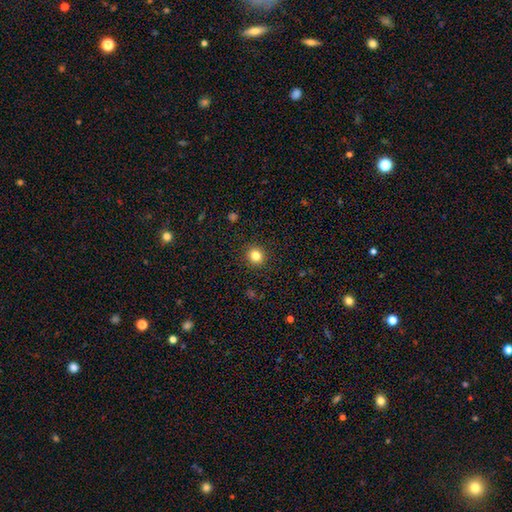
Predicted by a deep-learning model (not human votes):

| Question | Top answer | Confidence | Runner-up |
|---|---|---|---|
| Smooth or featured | smooth | 82% | star or artifact (12%) |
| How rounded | round | 88% | in between (11%) |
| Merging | none | 92% | minor disturbance (6%) |